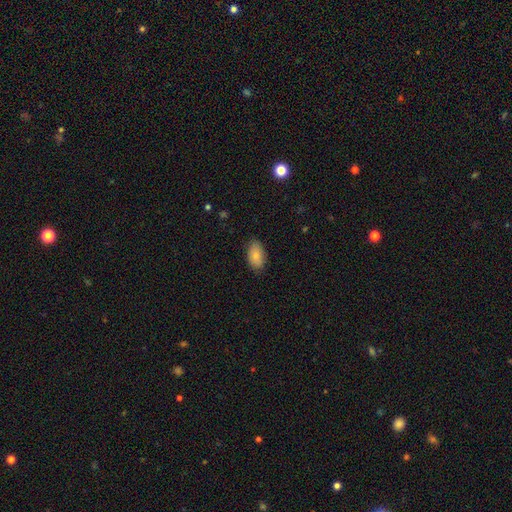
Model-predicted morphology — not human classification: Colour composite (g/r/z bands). It shows a smooth galaxy with no disk features (81%) that is in between round and cigar-shaped (92%). Merging: none (80%).